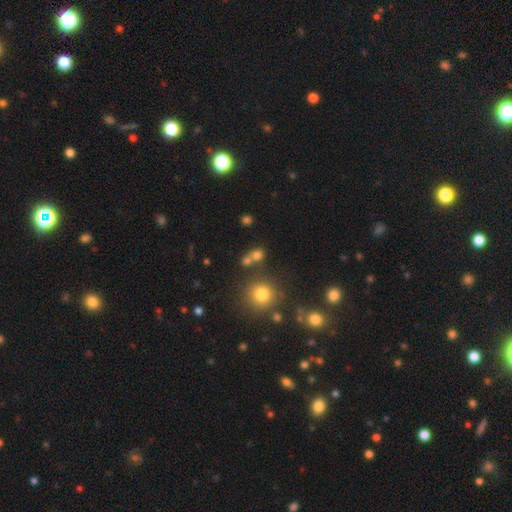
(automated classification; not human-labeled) Smooth or featured? smooth (70%)
How rounded? round (70%)
Merging? none (49%)